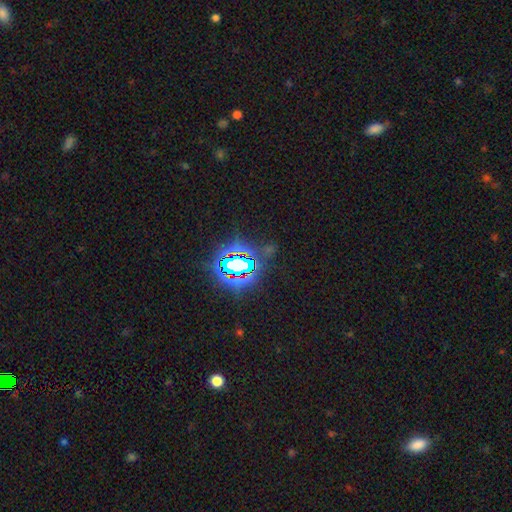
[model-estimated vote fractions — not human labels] The model was most divided on "smooth or featured": star or artifact: 82%, smooth: 11%, featured or disk: 7%.